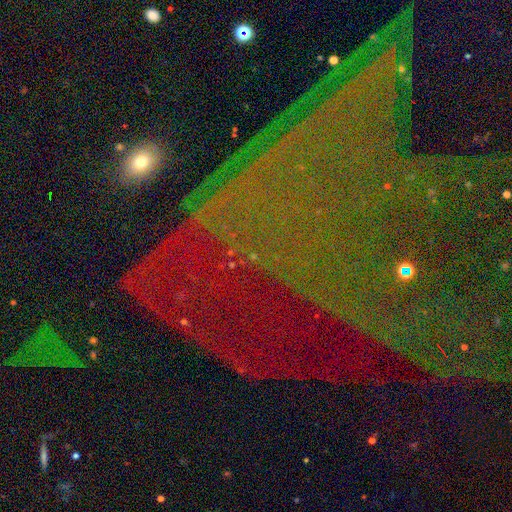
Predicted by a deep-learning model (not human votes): The model was most divided on "smooth or featured": star or artifact: 77%, smooth: 12%, featured or disk: 12%.